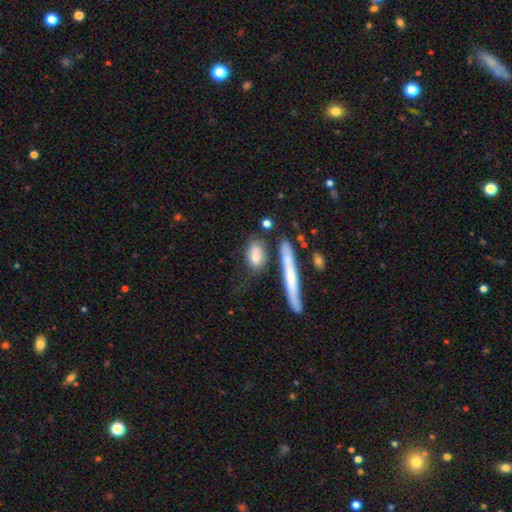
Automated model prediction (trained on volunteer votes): A smooth galaxy with no disk features (78%) that is in between round and cigar-shaped (65%). Merging: none (59%).